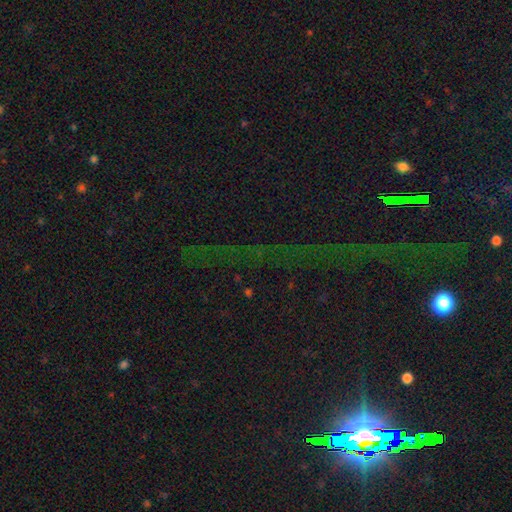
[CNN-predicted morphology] Smooth or featured: star or artifact — 82% (featured or disk — 9%)